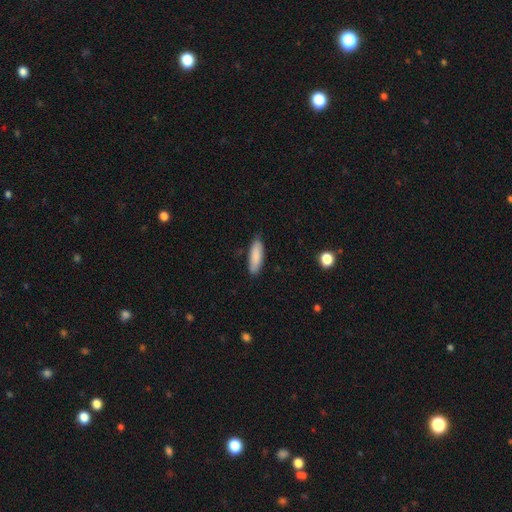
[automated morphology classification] Smooth or featured? Predicted: smooth (p=0.86). How rounded? Predicted: in between (p=0.51). Merging? Predicted: none (p=0.83).